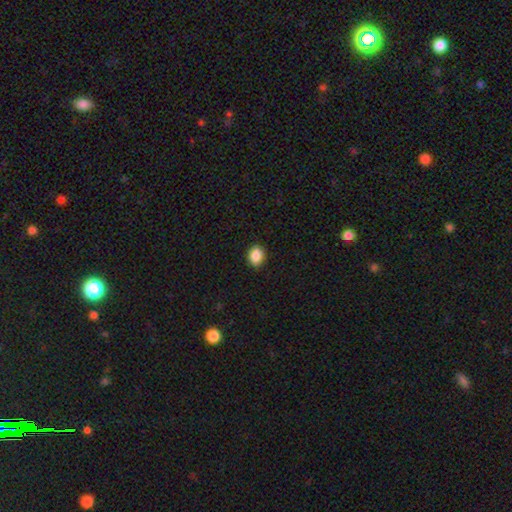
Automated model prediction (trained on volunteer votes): This is clearly a smooth galaxy (87%). How rounded: possibly in between (57%). Merging: clearly none (90%).